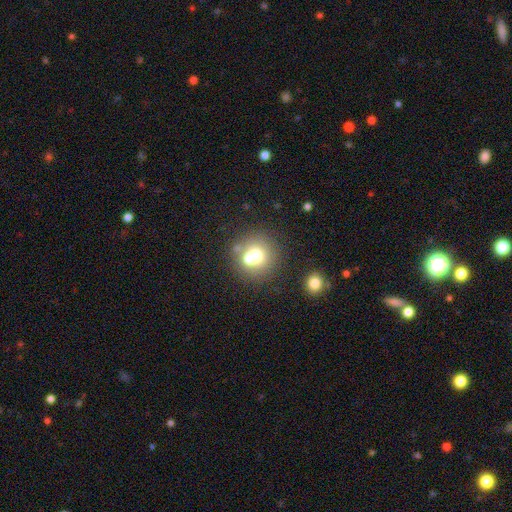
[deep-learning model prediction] The model was most divided on "merging": none: 50%, merger: 39%, minor disturbance: 8%, major disturbance: 4%. More confident: how rounded — round (90%); smooth or featured — smooth (65%).